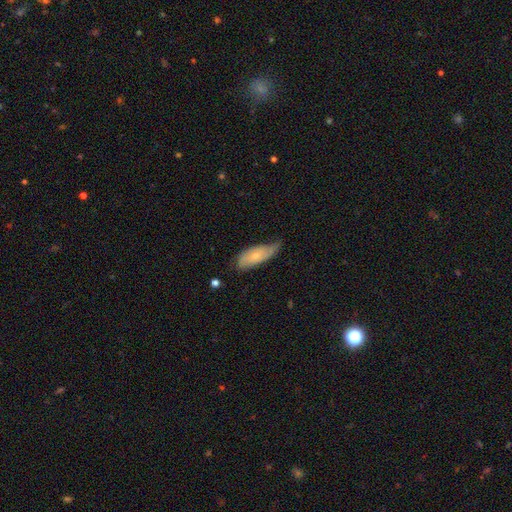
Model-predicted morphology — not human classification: smooth 55%, featured or disk 39%, star or artifact 6%. Down the decision tree: how rounded — in between (74%); merging — none (48%).